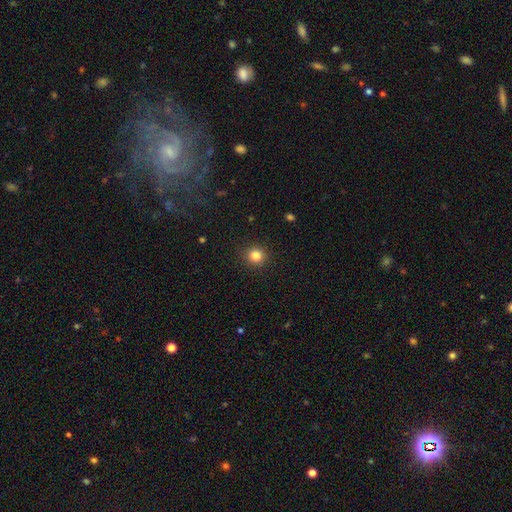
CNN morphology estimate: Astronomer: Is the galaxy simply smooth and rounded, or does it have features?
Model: smooth — 83%.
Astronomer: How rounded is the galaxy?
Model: round — 91%.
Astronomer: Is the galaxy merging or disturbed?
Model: none — 91%.